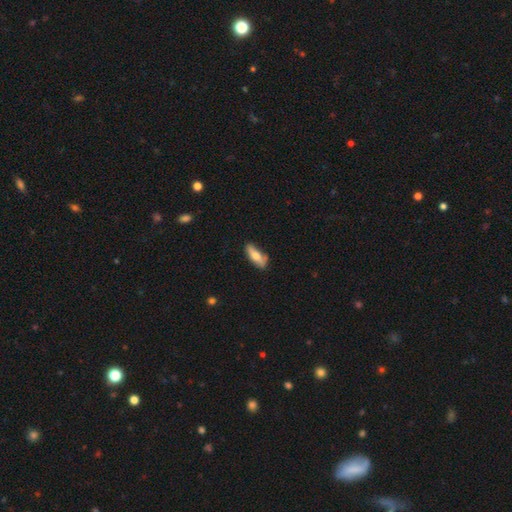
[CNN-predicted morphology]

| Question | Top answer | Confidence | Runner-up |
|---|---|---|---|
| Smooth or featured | smooth | 64% | featured or disk (30%) |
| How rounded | in between | 61% | cigar-shaped (37%) |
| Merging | none | 70% | minor disturbance (22%) |